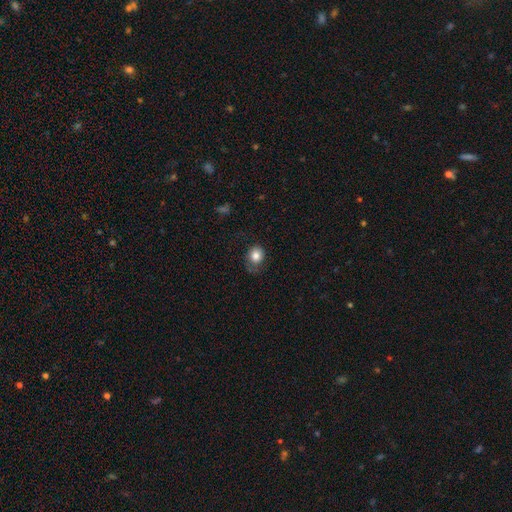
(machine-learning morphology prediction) smooth_or_featured: smooth (p=0.80) [alt: featured or disk p=0.11]
how_rounded: round (p=0.61) [alt: in between p=0.39]
merging: none (p=0.55) [alt: minor disturbance p=0.27]